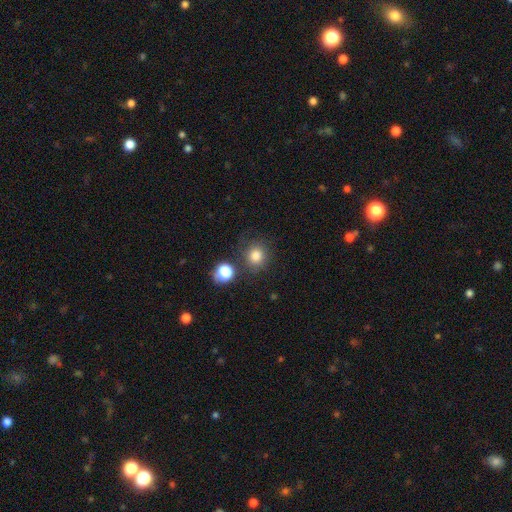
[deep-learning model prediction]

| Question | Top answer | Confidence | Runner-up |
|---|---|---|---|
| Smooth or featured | smooth | 81% | star or artifact (13%) |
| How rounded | round | 86% | in between (13%) |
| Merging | none | 77% | minor disturbance (11%) |